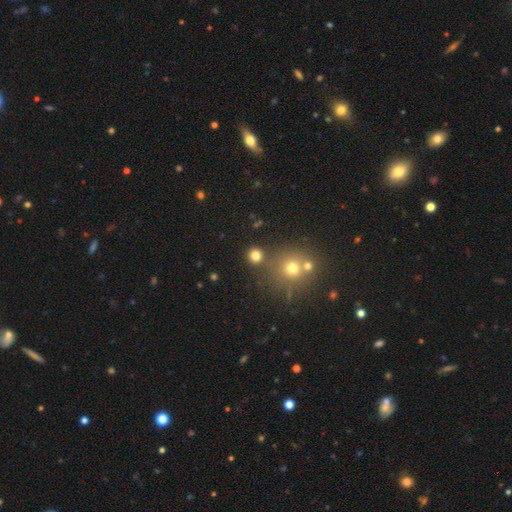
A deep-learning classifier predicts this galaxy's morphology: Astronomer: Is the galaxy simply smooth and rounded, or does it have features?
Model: smooth — 76%.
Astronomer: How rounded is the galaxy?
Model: round — 91%.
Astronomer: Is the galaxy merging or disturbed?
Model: none — 80%.